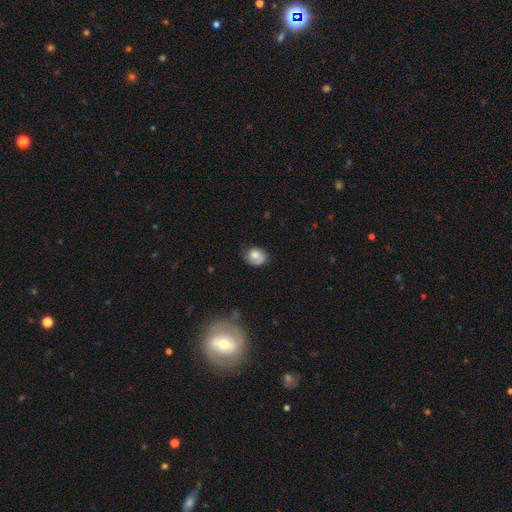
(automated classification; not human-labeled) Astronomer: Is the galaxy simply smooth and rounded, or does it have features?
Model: smooth — 66%.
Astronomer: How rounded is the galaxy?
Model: round — 61% (runner-up: in between, 38%).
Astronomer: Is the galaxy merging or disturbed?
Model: none — 64%.